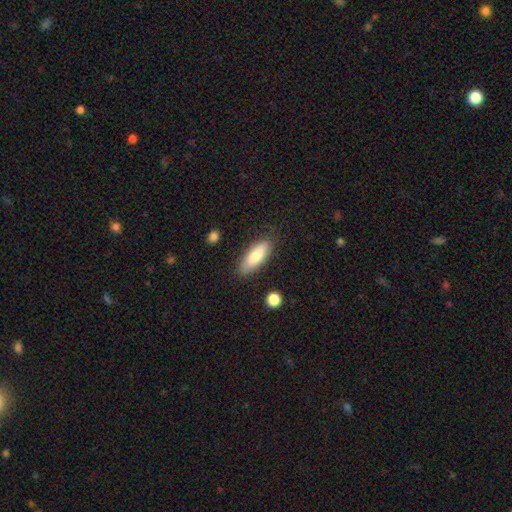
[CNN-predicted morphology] The model was most divided on "how rounded": in between: 62%, cigar-shaped: 36%, round: 2%. More confident: merging — none (82%); smooth or featured — smooth (79%).